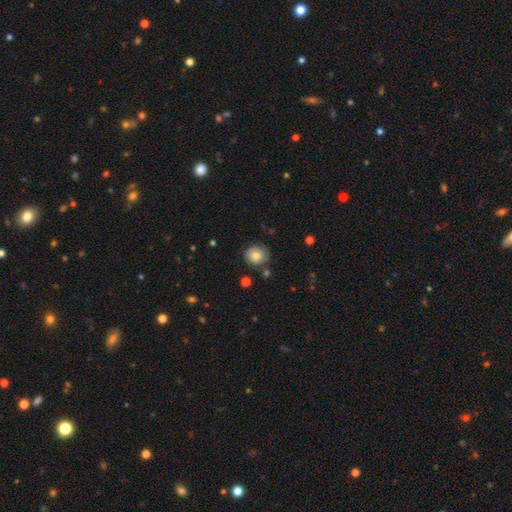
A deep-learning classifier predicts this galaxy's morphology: Smooth or featured?
  - smooth: 79% *
  - featured or disk: 12%
  - star or artifact: 10%
How rounded?
  - round: 79% *
  - in between: 20%
  - cigar-shaped: 1%
Merging?
  - none: 81% *
  - minor disturbance: 13%
  - merger: 3%
  - major disturbance: 3%